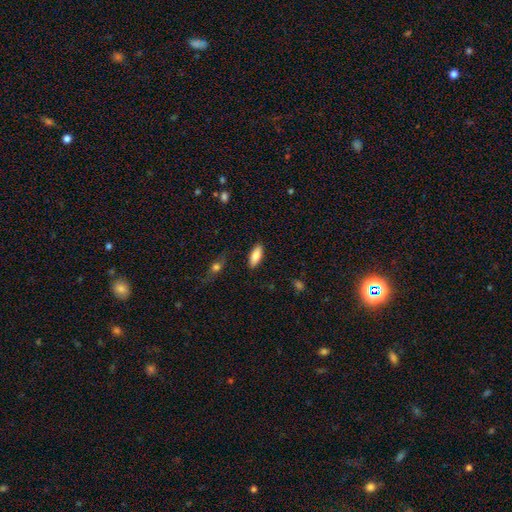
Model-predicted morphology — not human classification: Q: Smooth or featured?
A: smooth (85%); runner-up: featured or disk (9%)
Q: How rounded?
A: in between (77%); runner-up: cigar-shaped (21%)
Q: Merging?
A: none (87%); runner-up: minor disturbance (9%)